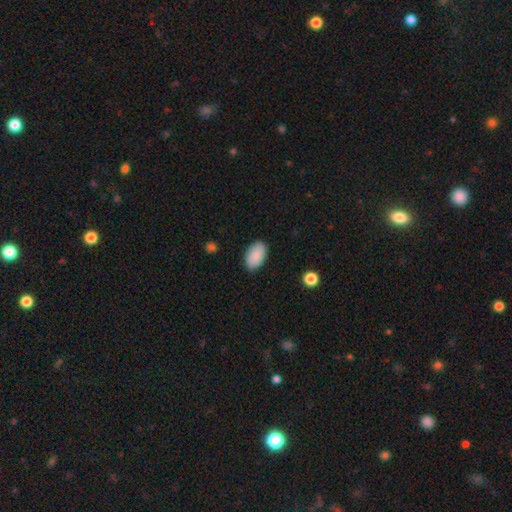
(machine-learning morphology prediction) smooth_or_featured: smooth (p=0.90) [alt: star or artifact p=0.06]
how_rounded: in between (p=0.94) [alt: round p=0.05]
merging: none (p=0.88) [alt: minor disturbance p=0.09]